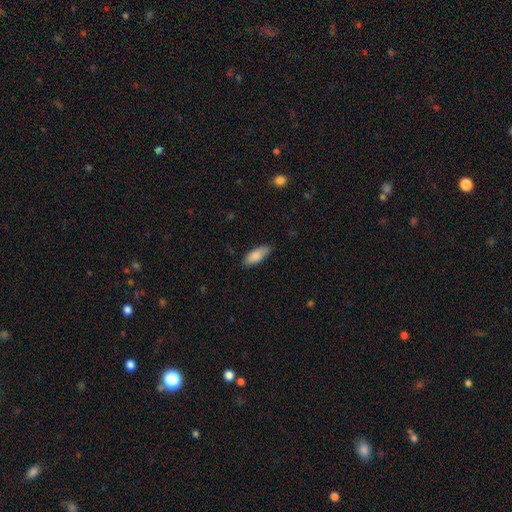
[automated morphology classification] Q: Smooth or featured?
A: smooth (86%); runner-up: featured or disk (8%)
Q: How rounded?
A: in between (79%); runner-up: cigar-shaped (19%)
Q: Merging?
A: none (80%); runner-up: minor disturbance (16%)